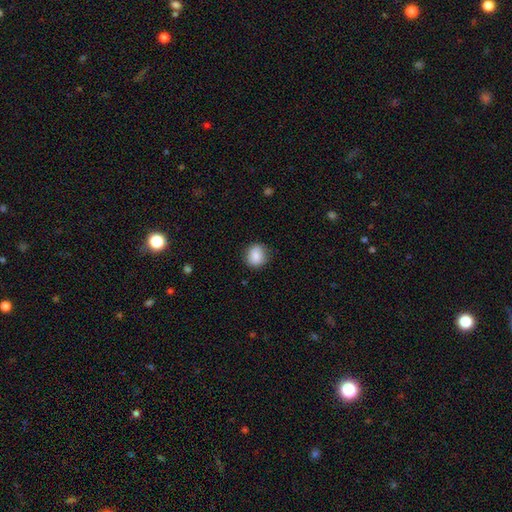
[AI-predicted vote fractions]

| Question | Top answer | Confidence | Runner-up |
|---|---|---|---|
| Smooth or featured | smooth | 84% | featured or disk (8%) |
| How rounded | round | 83% | in between (16%) |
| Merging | none | 84% | minor disturbance (13%) |